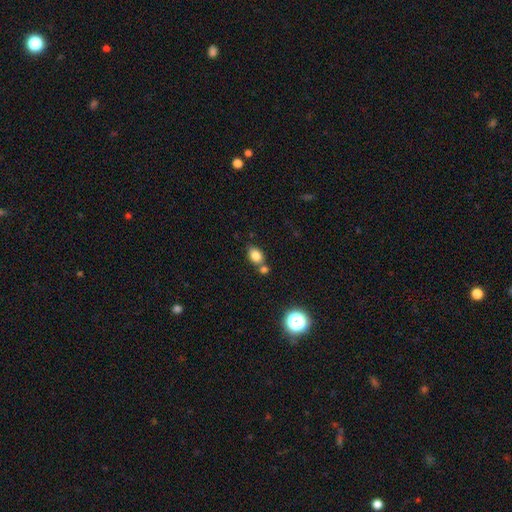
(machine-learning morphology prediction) A smooth galaxy with no disk features (83%) that is in between round and cigar-shaped (76%).

Vote fractions:
- Smooth or featured? smooth: 83% / star or artifact: 10% / featured or disk: 7%
- How rounded? in between: 76% / round: 22% / cigar-shaped: 2%
- Merging? none: 57% / merger: 28% / minor disturbance: 12% / major disturbance: 3%